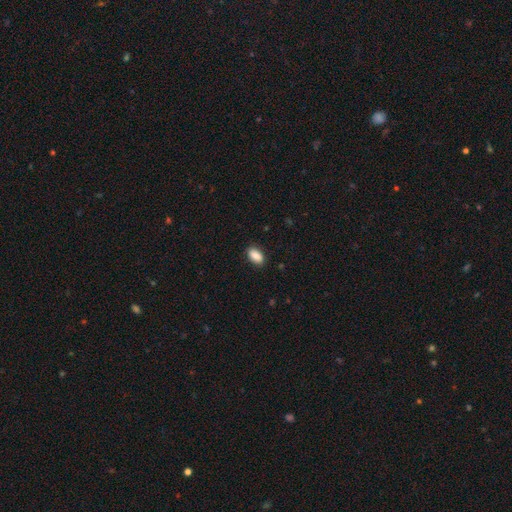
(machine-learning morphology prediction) Smooth or featured? Predicted: smooth (p=0.88). How rounded? Predicted: in between (p=0.92). Merging? Predicted: none (p=0.87).